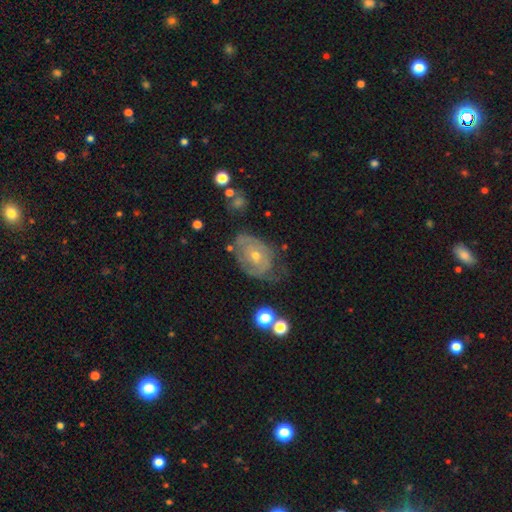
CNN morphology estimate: Smooth or featured?
  - featured or disk: 69% *
  - smooth: 23%
  - star or artifact: 9%
Edge-on disk?
  - no: 95% *
  - yes: 5%
Bar?
  - no: 79% *
  - weak: 17%
  - strong: 4%
Spiral arms?
  - yes: 67% *
  - no: 33%
Bulge size?
  - small: 53% *
  - moderate: 43%
  - large: 1%
  - none: 1%
  - dominant: 1%
Merging?
  - none: 49% *
  - minor disturbance: 31%
  - major disturbance: 17%
  - merger: 4%